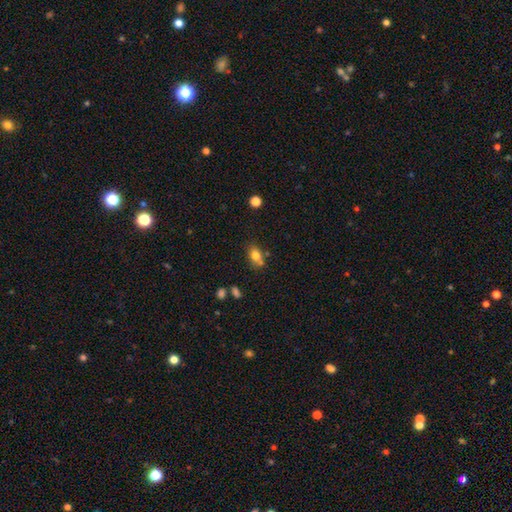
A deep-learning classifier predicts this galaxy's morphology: A smooth galaxy with no disk features (78%) that is in between round and cigar-shaped (75%).

Vote fractions:
- Smooth or featured? smooth: 78% / featured or disk: 12% / star or artifact: 10%
- How rounded? in between: 75% / round: 23% / cigar-shaped: 3%
- Merging? none: 61% / merger: 17% / minor disturbance: 17% / major disturbance: 5%